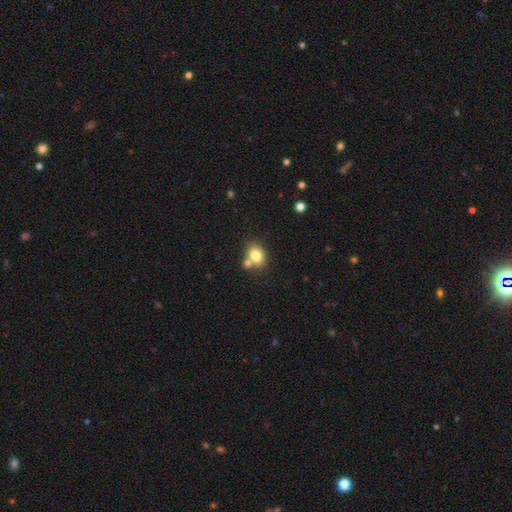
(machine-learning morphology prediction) A smooth galaxy with no disk features (79%) that is in between round and cigar-shaped (63%). Merging: none (55%).